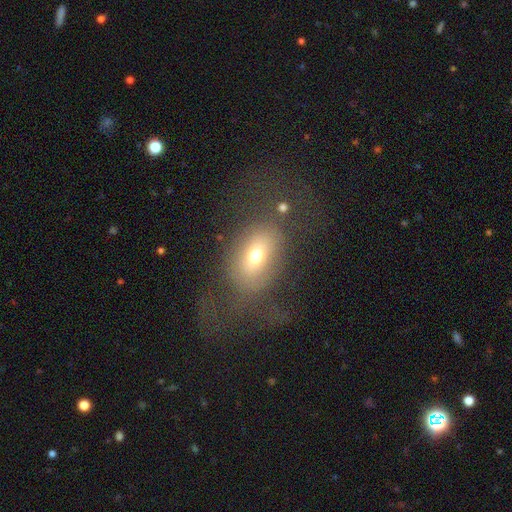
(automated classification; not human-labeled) This appears to be a smooth galaxy with no disk features (63%) that is in between round and cigar-shaped (71%). Merging: none (43%).